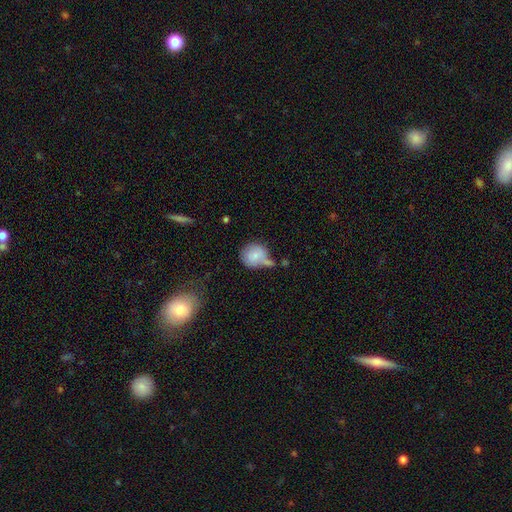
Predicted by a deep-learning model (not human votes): Morphology: type=smooth (77%); roundness=round (82%); merging=none (42%).